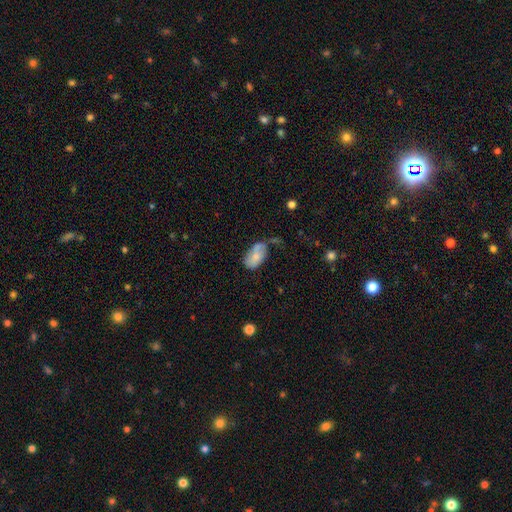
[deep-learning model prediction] This is likely a smooth galaxy (70%). How rounded: clearly in between (93%). Merging: marginally none (43%).